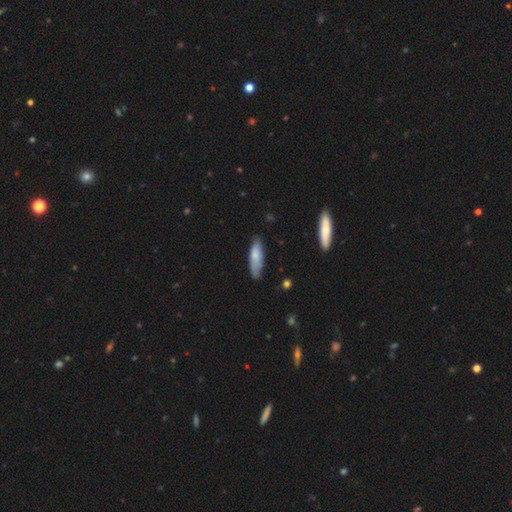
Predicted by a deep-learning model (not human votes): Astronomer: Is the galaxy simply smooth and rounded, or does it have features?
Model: smooth — 76%.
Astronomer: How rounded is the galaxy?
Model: cigar-shaped — 49%, tied with in between at 49%.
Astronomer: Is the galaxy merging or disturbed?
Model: none — 63%.